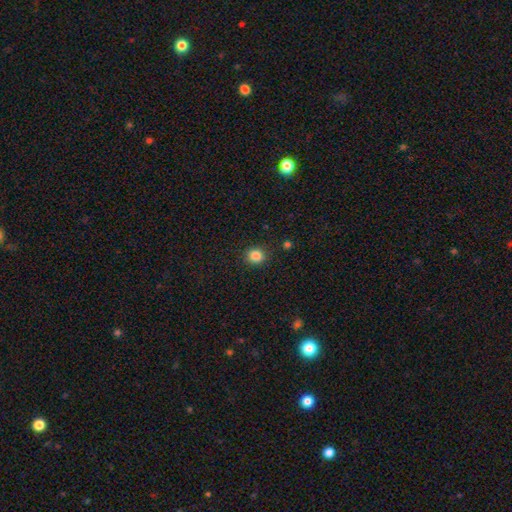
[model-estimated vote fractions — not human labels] Morphology: type=smooth (85%); roundness=round (85%); merging=none (89%).